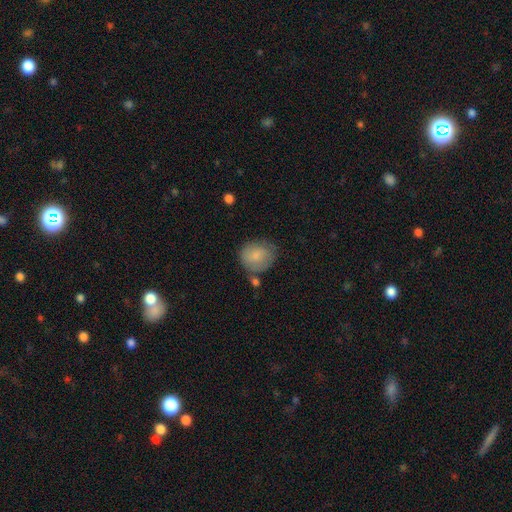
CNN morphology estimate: smooth 79%, featured or disk 14%, star or artifact 7%. Down the decision tree: how rounded — round (75%); merging — none (57%).